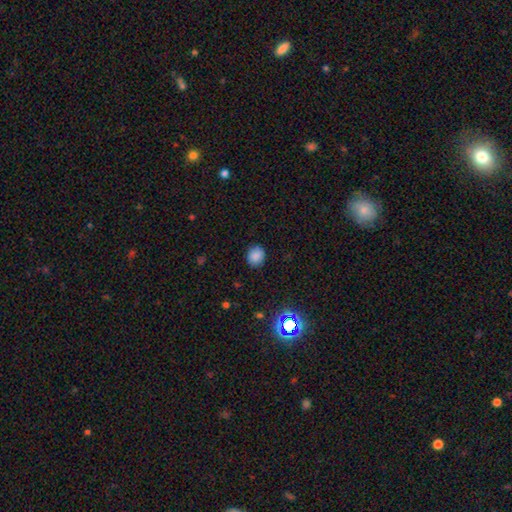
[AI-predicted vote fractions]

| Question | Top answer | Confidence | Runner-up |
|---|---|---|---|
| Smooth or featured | smooth | 83% | star or artifact (13%) |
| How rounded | round | 76% | in between (23%) |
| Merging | none | 88% | minor disturbance (9%) |